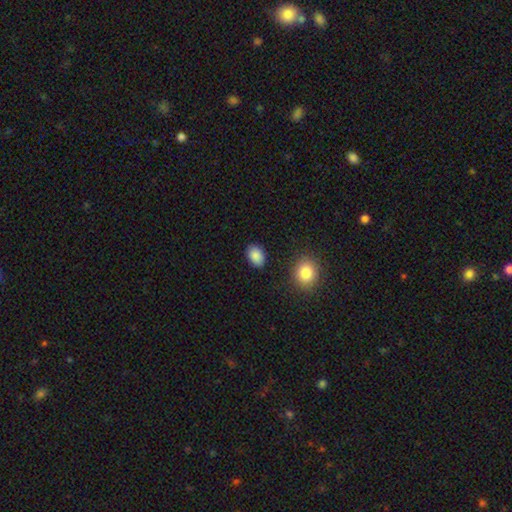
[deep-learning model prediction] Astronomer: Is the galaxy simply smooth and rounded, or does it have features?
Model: smooth — 88%.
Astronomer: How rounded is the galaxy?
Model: in between — 80%.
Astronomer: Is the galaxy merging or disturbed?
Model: none — 85%.